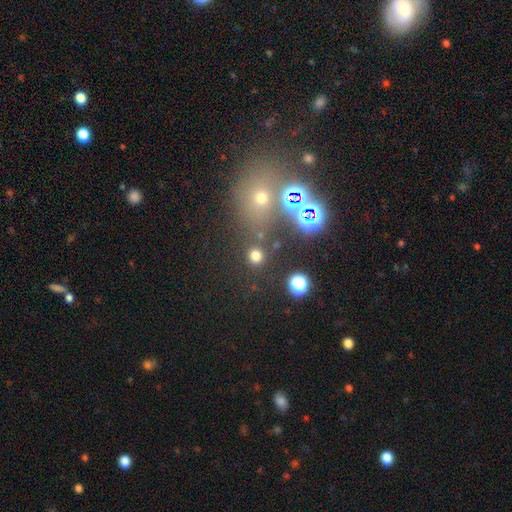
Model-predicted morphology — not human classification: Smooth or featured?
  - smooth: 72% *
  - star or artifact: 23%
  - featured or disk: 5%
How rounded?
  - round: 89% *
  - in between: 10%
  - cigar-shaped: 1%
Merging?
  - none: 81% *
  - merger: 7%
  - minor disturbance: 7%
  - major disturbance: 4%